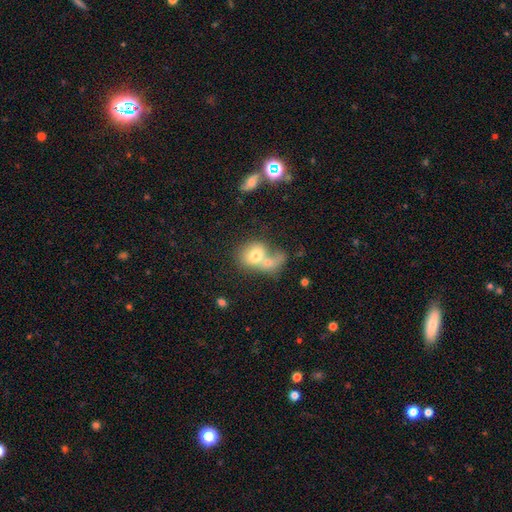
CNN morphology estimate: Smooth or featured? Predicted: smooth (p=0.69). How rounded? Predicted: round (p=0.54). Merging? Predicted: merger (p=0.67).